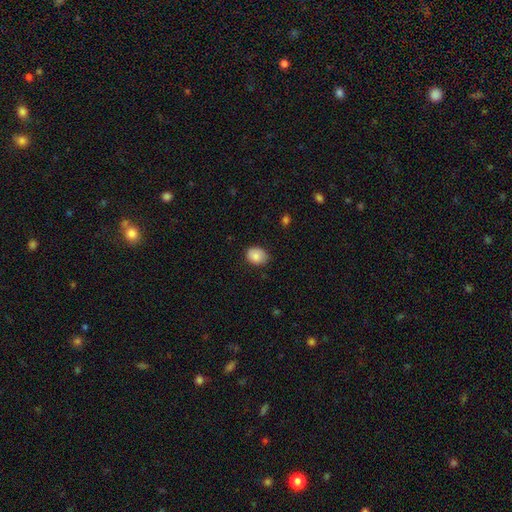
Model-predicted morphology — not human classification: Q: Smooth or featured?
A: smooth (86%); runner-up: star or artifact (8%)
Q: How rounded?
A: in between (58%); runner-up: round (41%)
Q: Merging?
A: none (80%); runner-up: minor disturbance (16%)